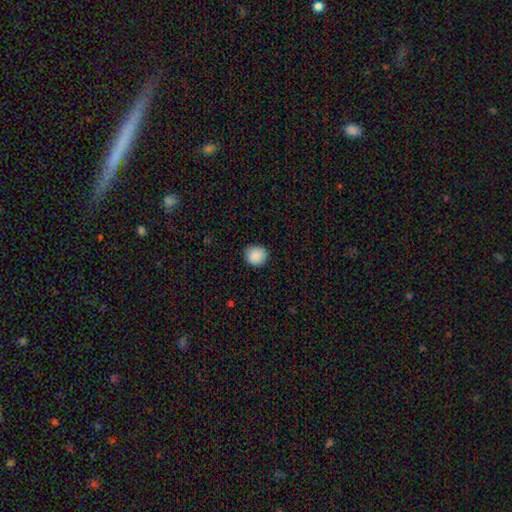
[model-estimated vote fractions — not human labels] A smooth galaxy with no disk features (89%) that is round (84%). Merging: none (89%).